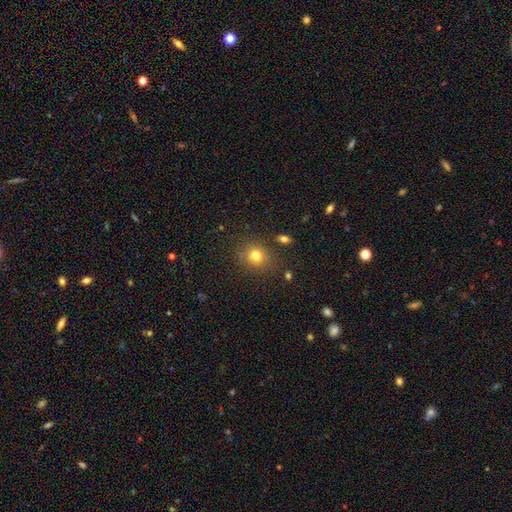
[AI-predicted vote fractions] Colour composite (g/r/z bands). It shows a smooth galaxy with no disk features (79%) that is round (77%). Merging: none (81%).